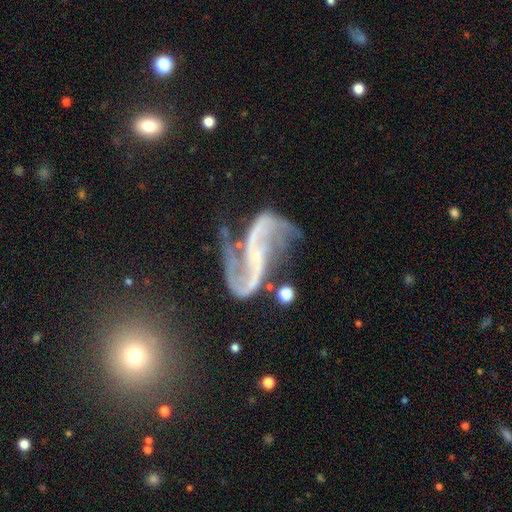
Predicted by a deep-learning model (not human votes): Smooth or featured: featured or disk — 91% (star or artifact — 6%)
Edge-on disk: no — 97% (yes — 3%)
Bar: no — 40% (weak — 33%)
Spiral arms: yes — 97% (no — 3%)
Spiral winding: loose — 68% (medium — 26%)
Spiral arm count: 2 — 91% (can't tell — 2%)
Bulge size: small — 70% (none — 18%)
Merging: none — 48% (major disturbance — 24%)